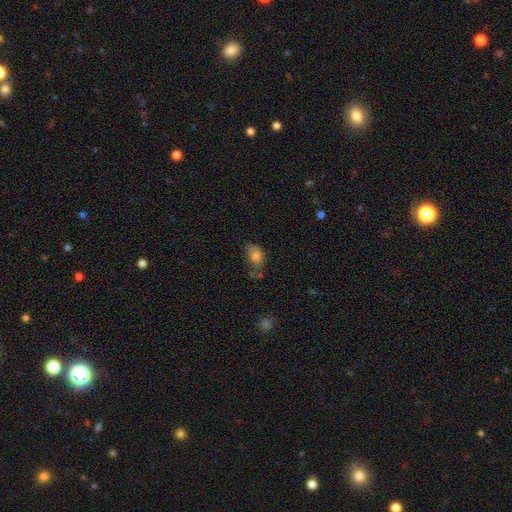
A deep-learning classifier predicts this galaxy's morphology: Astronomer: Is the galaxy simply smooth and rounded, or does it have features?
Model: smooth — 77%.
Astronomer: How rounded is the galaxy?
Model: in between — 79%.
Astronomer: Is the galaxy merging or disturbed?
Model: none — 43% (runner-up: minor disturbance, 32%).